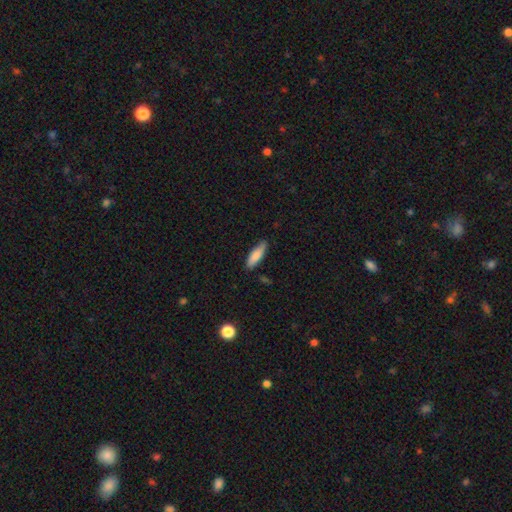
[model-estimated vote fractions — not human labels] Smooth or featured?
  - smooth: 81% *
  - featured or disk: 13%
  - star or artifact: 6%
How rounded?
  - cigar-shaped: 53% *
  - in between: 45%
  - round: 2%
Merging?
  - none: 80% *
  - minor disturbance: 16%
  - major disturbance: 2%
  - merger: 2%